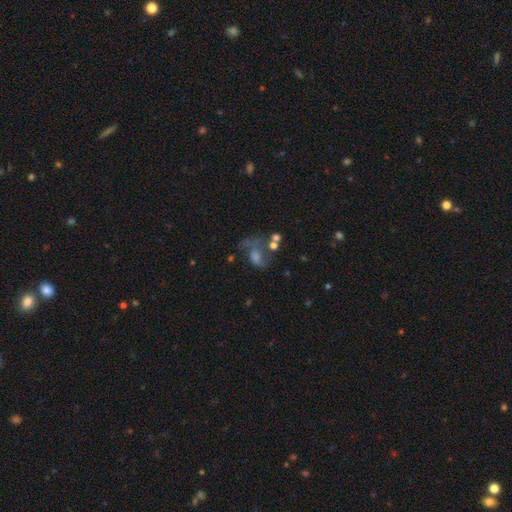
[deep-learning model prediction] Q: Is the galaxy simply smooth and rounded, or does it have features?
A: featured or disk — 45%.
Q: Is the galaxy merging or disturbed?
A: major disturbance — 36%.